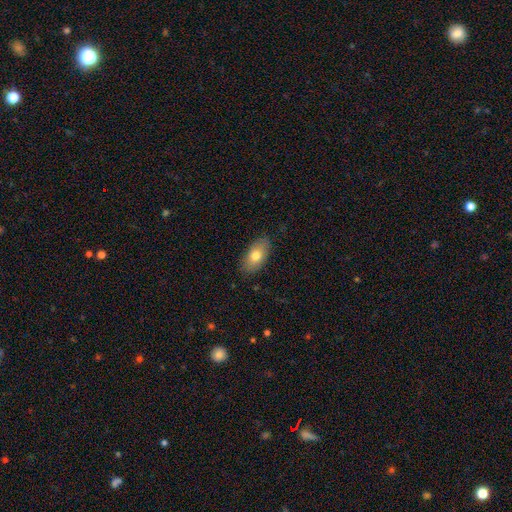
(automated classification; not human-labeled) Smooth or featured?
  - smooth: 75% *
  - featured or disk: 18%
  - star or artifact: 7%
How rounded?
  - in between: 92% *
  - round: 5%
  - cigar-shaped: 3%
Merging?
  - none: 85% *
  - minor disturbance: 12%
  - major disturbance: 2%
  - merger: 1%